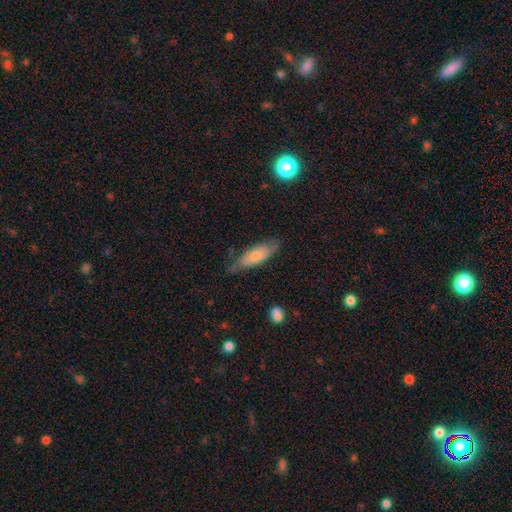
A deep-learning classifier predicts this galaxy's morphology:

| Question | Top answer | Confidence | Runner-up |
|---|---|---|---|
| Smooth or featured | smooth | 62% | featured or disk (32%) |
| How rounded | in between | 62% | cigar-shaped (36%) |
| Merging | none | 63% | minor disturbance (28%) |